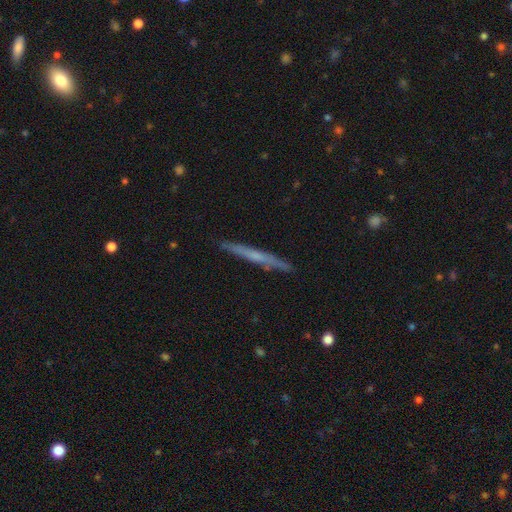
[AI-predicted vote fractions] smooth-or-featured: featured or disk: 54% | smooth: 40% | star or artifact: 6%
  disk-edge-on: yes: 96% | no: 4%
    edge-on-bulge: none: 65% | rounded: 29% | boxy: 6%
  merging: none: 89% | minor disturbance: 8% | major disturbance: 1% | merger: 1%